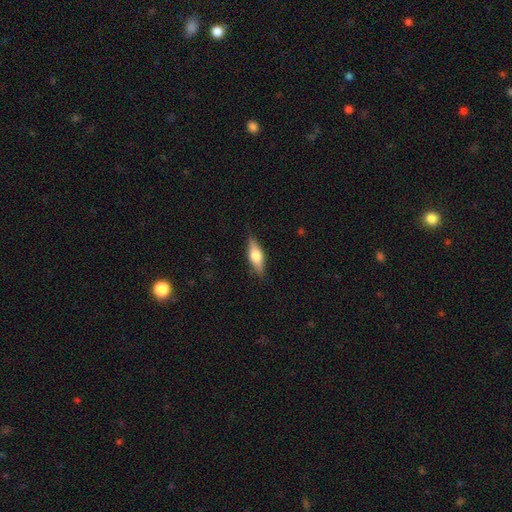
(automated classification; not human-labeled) This is possibly a smooth galaxy (54%). How rounded: likely in between (61%). Merging: clearly none (84%).